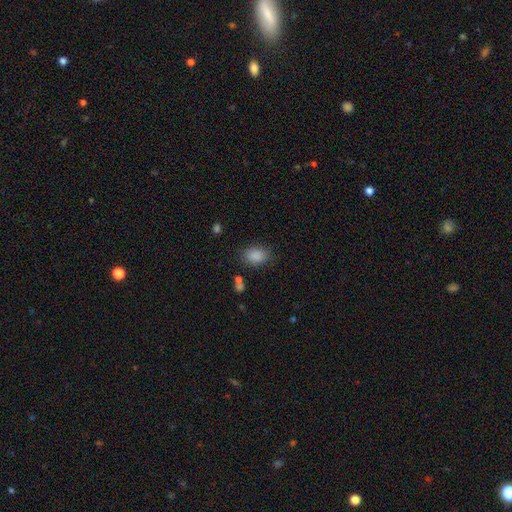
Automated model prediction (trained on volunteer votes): The model was most divided on "how rounded": in between: 74%, round: 25%, cigar-shaped: 1%. More confident: smooth or featured — smooth (87%); merging — none (80%).